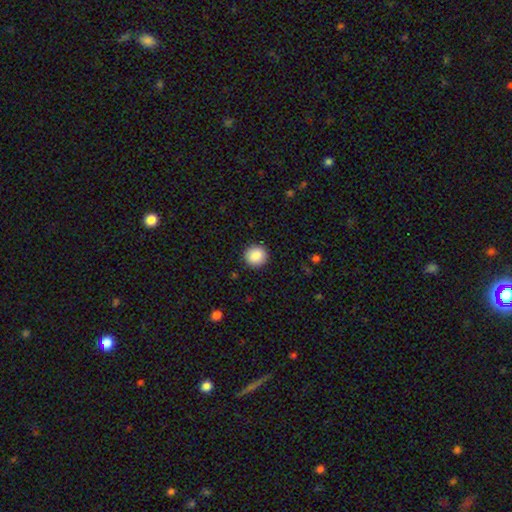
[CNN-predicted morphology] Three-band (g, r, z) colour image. It shows a smooth galaxy with no disk features (88%) that is round (92%). Merging: none (91%).